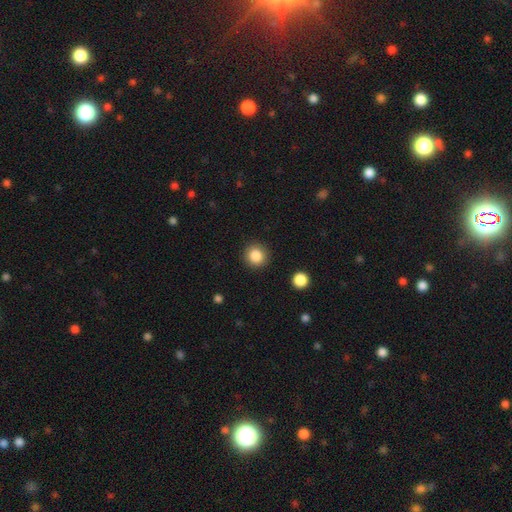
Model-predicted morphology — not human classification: smooth_or_featured: smooth (p=0.85) [alt: star or artifact p=0.10]
how_rounded: round (p=0.93) [alt: in between p=0.06]
merging: none (p=0.91) [alt: minor disturbance p=0.06]